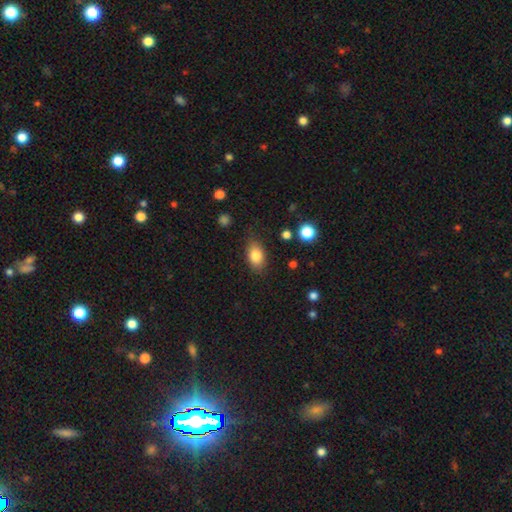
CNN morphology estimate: smooth 82%, featured or disk 10%, star or artifact 8%. Down the decision tree: how rounded — in between (85%); merging — none (78%).